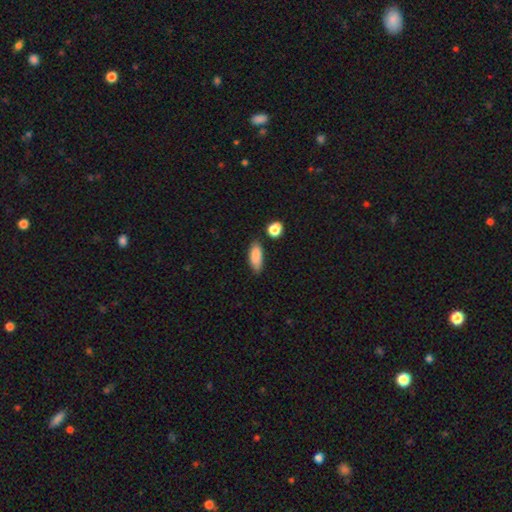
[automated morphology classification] This appears to be a smooth galaxy with no disk features (86%) that is in between round and cigar-shaped (77%). Merging: none (72%).